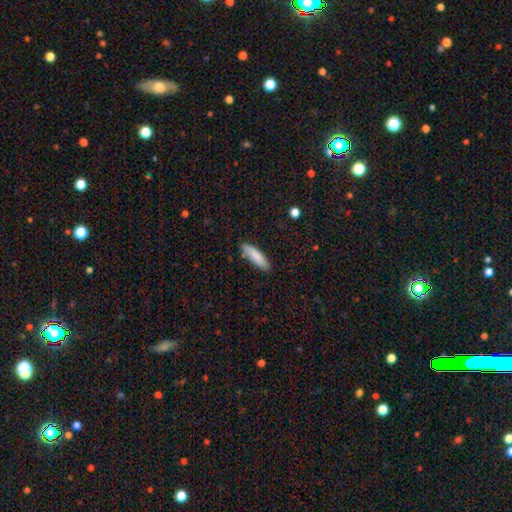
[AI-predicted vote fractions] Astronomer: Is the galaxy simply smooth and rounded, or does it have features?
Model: smooth — 85%.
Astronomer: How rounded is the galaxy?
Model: cigar-shaped — 62%.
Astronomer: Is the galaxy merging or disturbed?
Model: none — 82%.